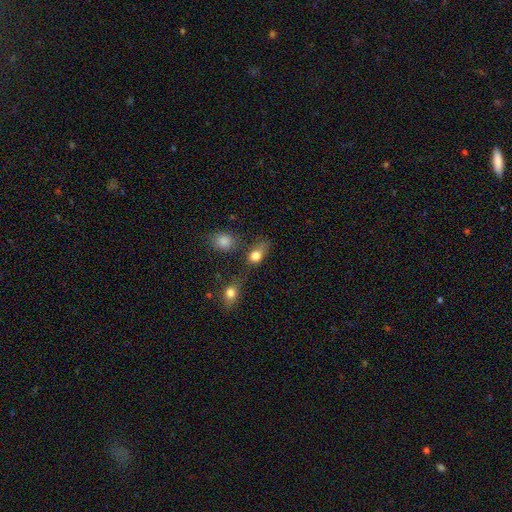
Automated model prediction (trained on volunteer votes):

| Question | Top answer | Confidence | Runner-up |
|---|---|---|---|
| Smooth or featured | smooth | 79% | star or artifact (11%) |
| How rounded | in between | 54% | round (42%) |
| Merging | none | 45% | merger (22%) |